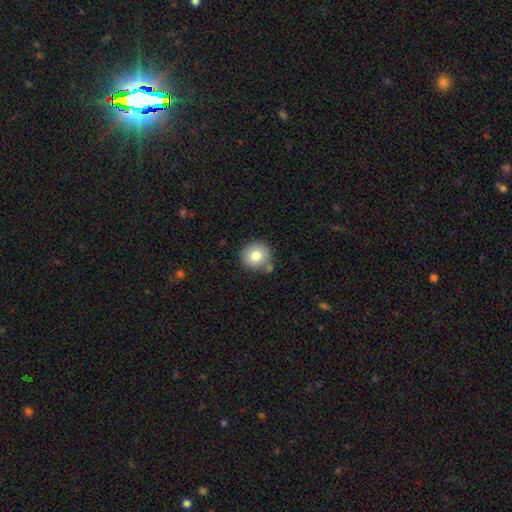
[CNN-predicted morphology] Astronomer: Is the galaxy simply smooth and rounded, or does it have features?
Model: smooth — 79%.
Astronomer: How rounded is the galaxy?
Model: round — 91%.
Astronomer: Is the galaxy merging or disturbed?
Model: none — 73%.